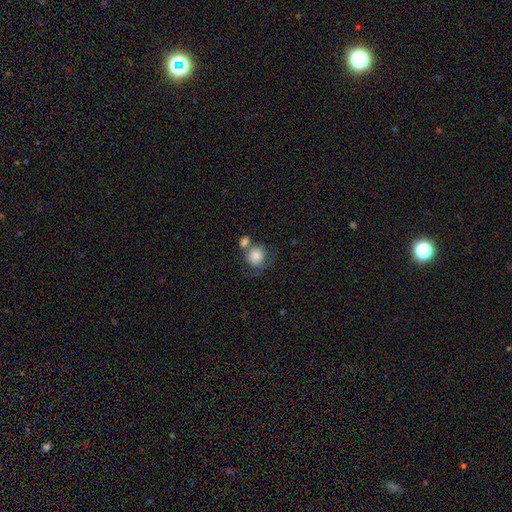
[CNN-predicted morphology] Smooth or featured: smooth — 83% (featured or disk — 10%)
How rounded: round — 84% (in between — 16%)
Merging: none — 39% (merger — 36%)